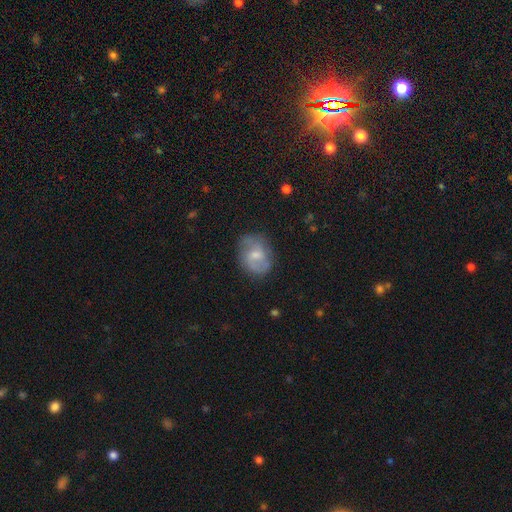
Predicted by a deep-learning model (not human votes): smooth_or_featured: featured or disk (p=0.54) [alt: smooth p=0.39]
disk_edge_on: no (p=0.97) [alt: yes p=0.03]
bar: weak (p=0.51) [alt: no p=0.39]
has_spiral_arms: yes (p=0.79) [alt: no p=0.21]
bulge_size: moderate (p=0.45) [alt: small p=0.43]
merging: none (p=0.71) [alt: minor disturbance p=0.20]